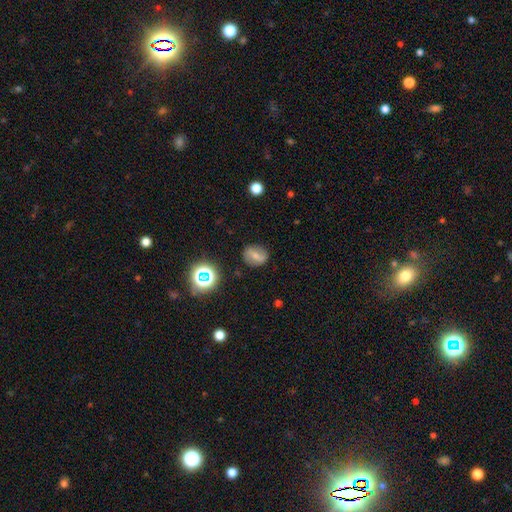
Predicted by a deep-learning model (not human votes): smooth_or_featured: smooth (p=0.46) [alt: featured or disk p=0.39]
merging: none (p=0.83) [alt: minor disturbance p=0.12]